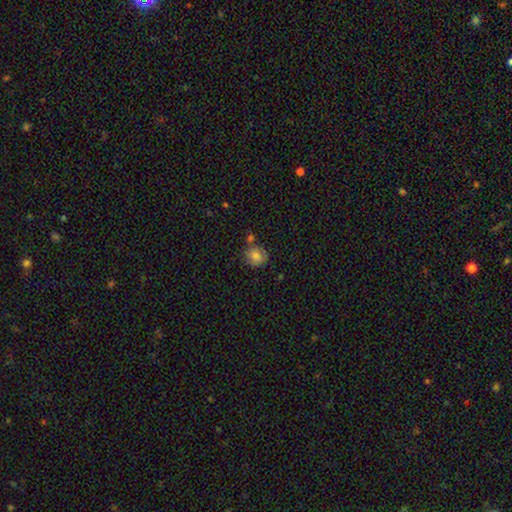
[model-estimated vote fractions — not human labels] Overall: smooth (77%). How rounded: round (80%). Merging: none (61%).